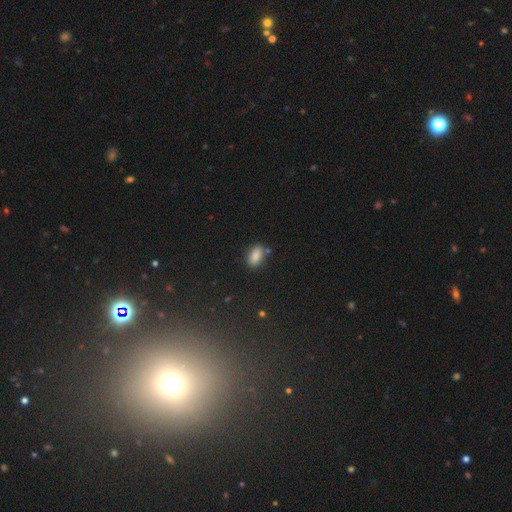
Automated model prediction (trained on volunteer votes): A smooth galaxy with no disk features (86%) that is in between round and cigar-shaped (90%). Merging: none (79%).